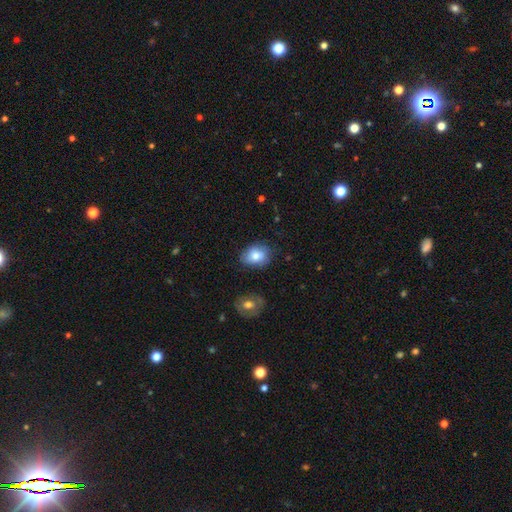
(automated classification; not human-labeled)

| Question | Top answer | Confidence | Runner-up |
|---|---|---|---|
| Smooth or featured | smooth | 74% | featured or disk (18%) |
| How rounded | in between | 61% | round (38%) |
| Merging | none | 69% | minor disturbance (23%) |